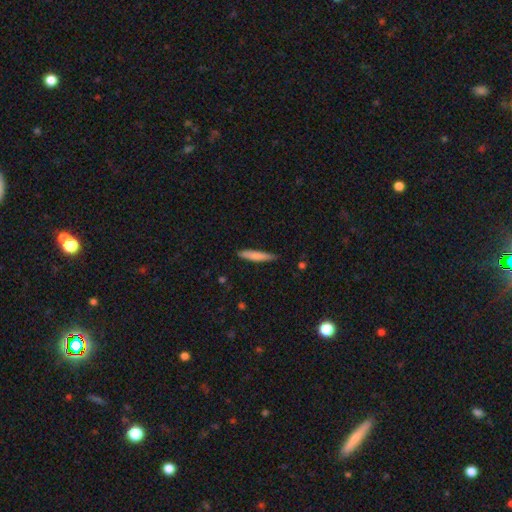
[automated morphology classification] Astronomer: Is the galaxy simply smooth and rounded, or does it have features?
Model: smooth — 79%.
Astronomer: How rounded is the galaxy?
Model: cigar-shaped — 91%.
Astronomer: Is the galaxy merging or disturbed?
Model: none — 83%.